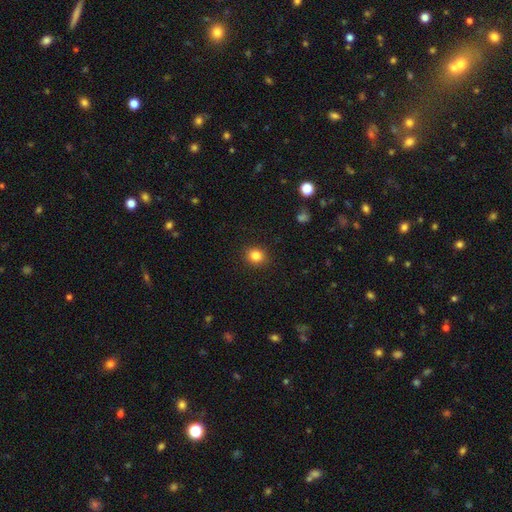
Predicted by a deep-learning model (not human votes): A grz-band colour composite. It shows a smooth galaxy with no disk features (83%) that is round (76%). Merging: none (90%).